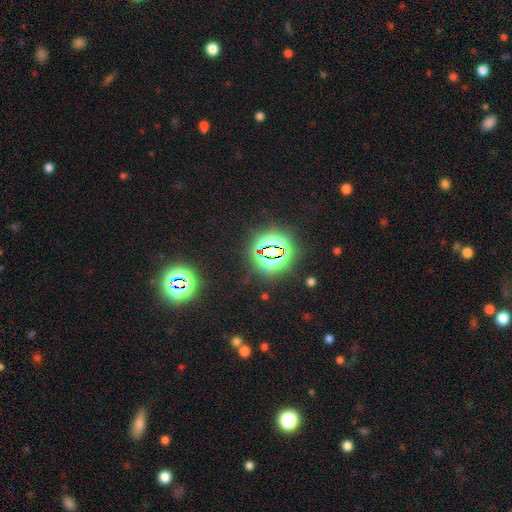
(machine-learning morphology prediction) Overall: star or artifact (83%).